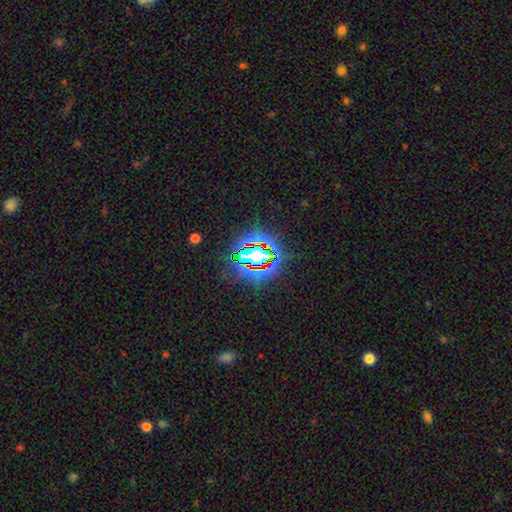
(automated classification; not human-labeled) Smooth or featured? star or artifact (74%)